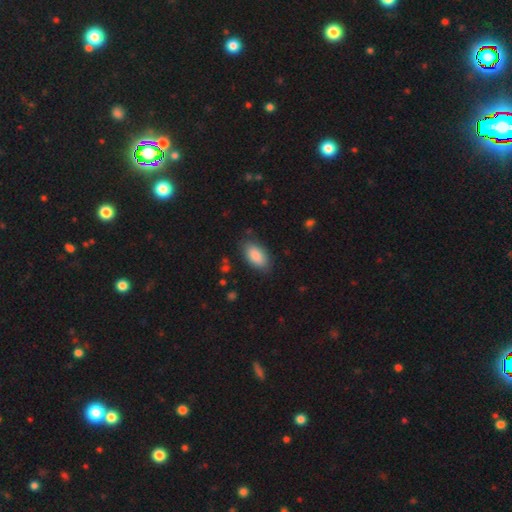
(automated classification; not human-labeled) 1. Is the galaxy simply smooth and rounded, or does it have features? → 88% smooth, 6% star or artifact, 6% featured or disk.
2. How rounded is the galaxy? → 93% in between, 4% cigar-shaped, 3% round.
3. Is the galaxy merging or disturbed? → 82% none, 13% minor disturbance, 3% major disturbance, 1% merger.